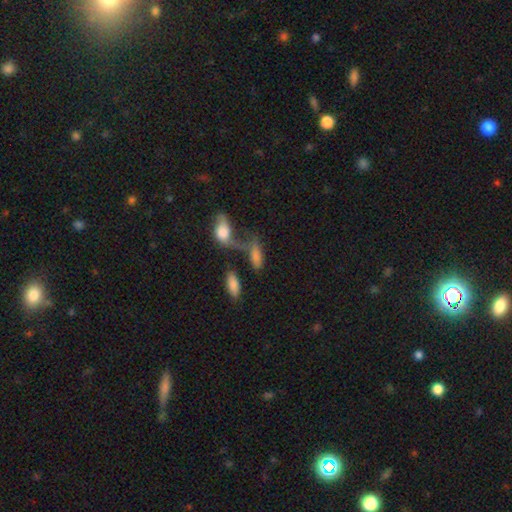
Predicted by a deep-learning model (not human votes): Smooth or featured? smooth (66%)
How rounded? in between (74%)
Merging? merger (47%)